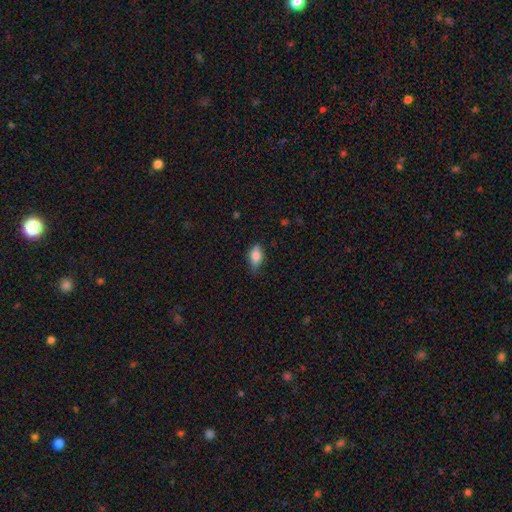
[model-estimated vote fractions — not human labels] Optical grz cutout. It shows a smooth galaxy with no disk features (80%) that is in between round and cigar-shaped (86%). Merging: none (64%).